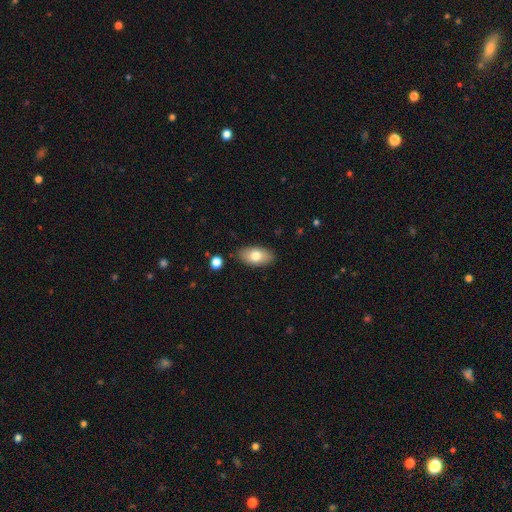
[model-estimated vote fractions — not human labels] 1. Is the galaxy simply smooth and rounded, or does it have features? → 76% smooth, 17% featured or disk, 7% star or artifact.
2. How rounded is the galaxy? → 93% in between, 4% round, 3% cigar-shaped.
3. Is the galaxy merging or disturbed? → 86% none, 10% minor disturbance, 2% major disturbance, 2% merger.